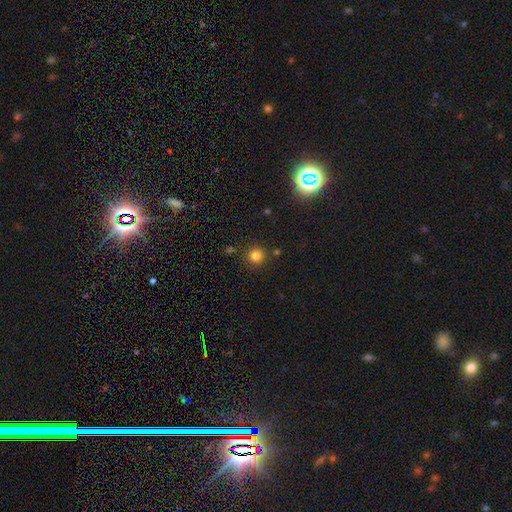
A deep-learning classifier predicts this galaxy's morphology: A smooth galaxy with no disk features (81%) that is round (95%). Merging: none (87%).